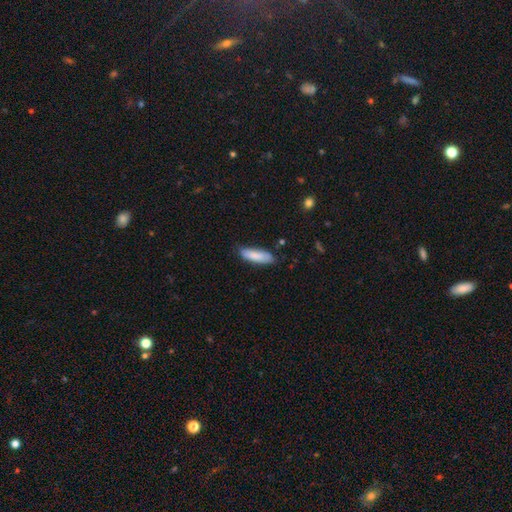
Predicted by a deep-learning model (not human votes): Smooth or featured? smooth (85%)
How rounded? cigar-shaped (51%)
Merging? none (77%)